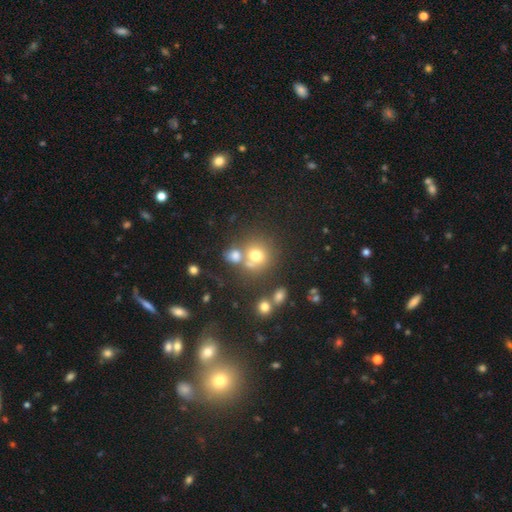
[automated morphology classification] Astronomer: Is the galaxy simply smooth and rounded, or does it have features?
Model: smooth — 70%.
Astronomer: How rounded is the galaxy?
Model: round — 82%.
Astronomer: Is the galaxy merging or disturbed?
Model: none — 53% (runner-up: merger, 31%).